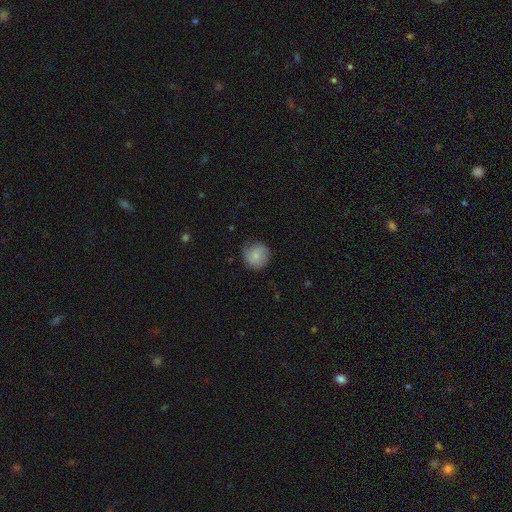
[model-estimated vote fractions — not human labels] This appears to be a smooth galaxy with no disk features (76%) that is round (92%). Merging: none (74%).